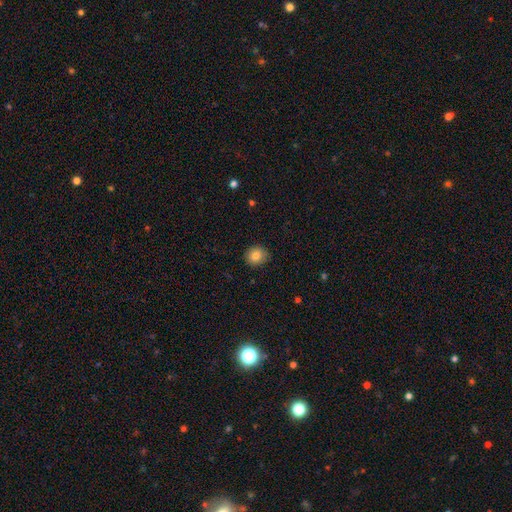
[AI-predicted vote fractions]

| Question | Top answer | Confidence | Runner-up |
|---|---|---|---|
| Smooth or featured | smooth | 83% | star or artifact (9%) |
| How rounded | round | 81% | in between (18%) |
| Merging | none | 90% | minor disturbance (7%) |